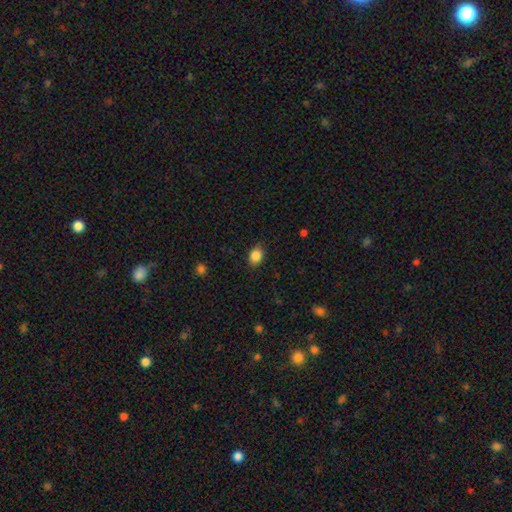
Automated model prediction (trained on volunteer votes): Morphology: type=smooth (87%); roundness=in between (75%); merging=none (86%).